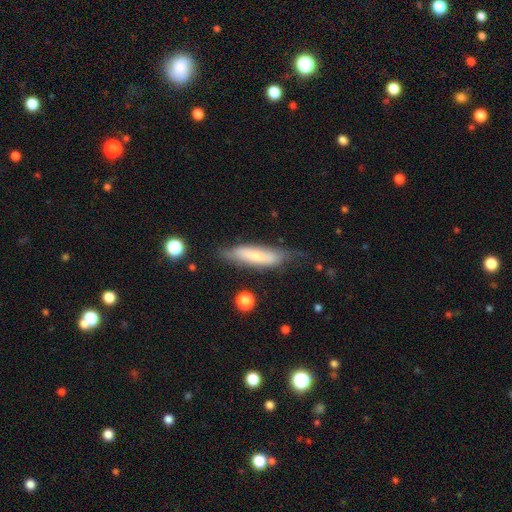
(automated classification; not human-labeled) Smooth or featured? Predicted: smooth (p=0.59). How rounded? Predicted: cigar-shaped (p=0.67). Merging? Predicted: none (p=0.59).